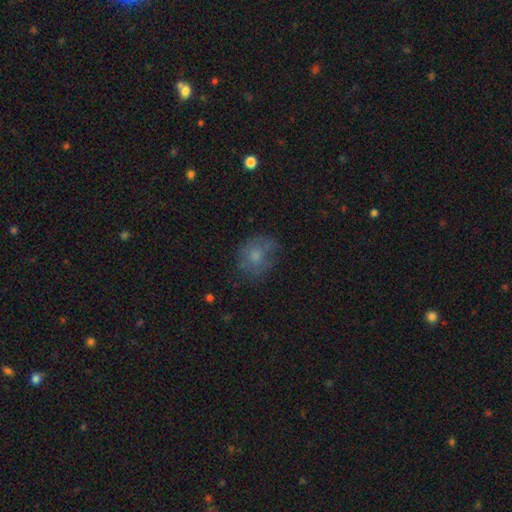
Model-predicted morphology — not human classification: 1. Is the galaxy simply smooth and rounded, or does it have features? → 63% smooth, 26% featured or disk, 11% star or artifact.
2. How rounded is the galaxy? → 63% round, 36% in between, 1% cigar-shaped.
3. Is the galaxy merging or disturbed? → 59% none, 24% minor disturbance, 15% major disturbance, 2% merger.